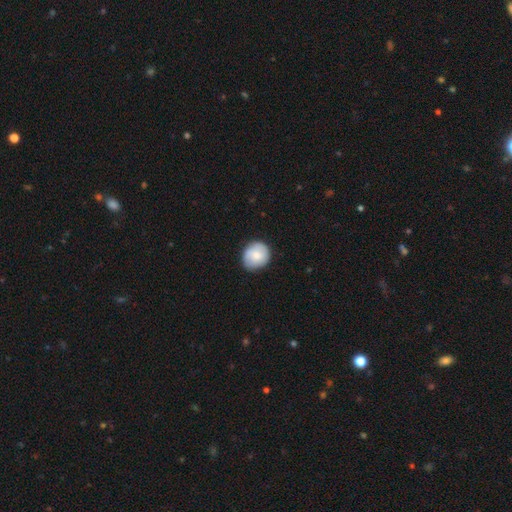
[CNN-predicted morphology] This is likely a smooth galaxy (77%). How rounded: clearly round (83%). Merging: clearly none (83%).